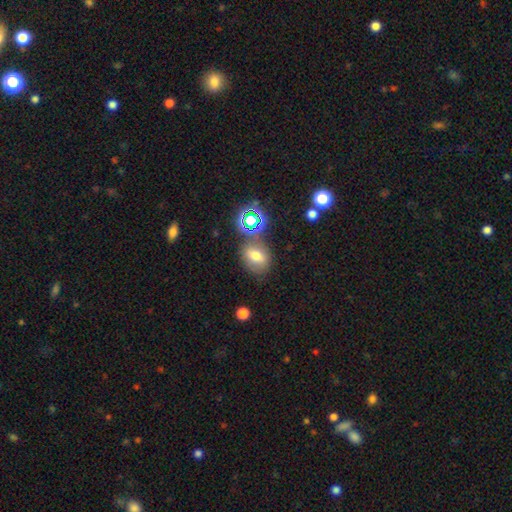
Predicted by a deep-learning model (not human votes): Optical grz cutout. It shows a smooth galaxy with no disk features (62%) that is in between round and cigar-shaped (59%). Merging: none (66%).